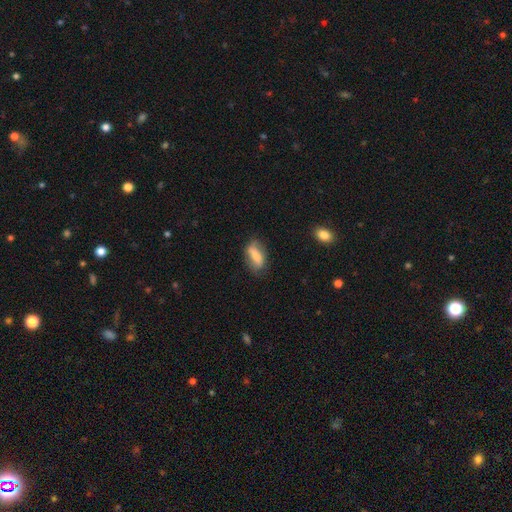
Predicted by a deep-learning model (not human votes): Smooth or featured? Predicted: smooth (p=0.62). How rounded? Predicted: in between (p=0.79). Merging? Predicted: none (p=0.64).